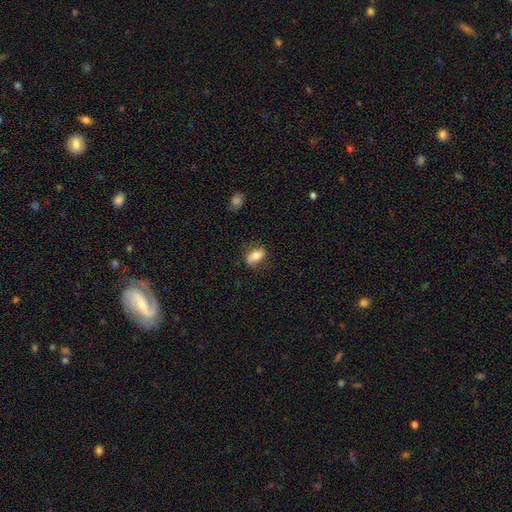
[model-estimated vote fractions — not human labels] Smooth or featured: smooth — 68% (featured or disk — 25%)
How rounded: in between — 86% (round — 8%)
Merging: none — 72% (minor disturbance — 21%)